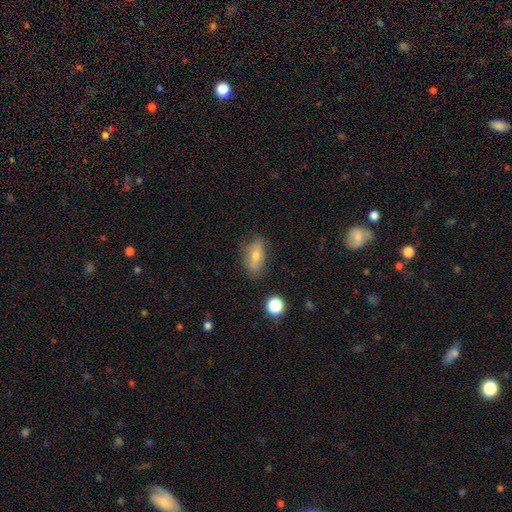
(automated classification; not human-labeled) The model was most divided on "smooth or featured": smooth: 57%, featured or disk: 32%, star or artifact: 11%. More confident: how rounded — in between (80%); merging — none (78%).